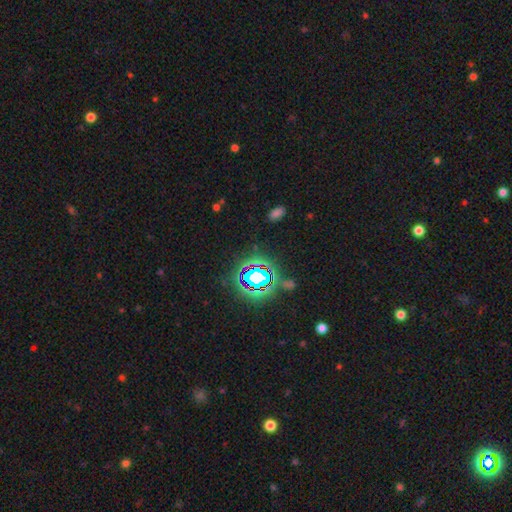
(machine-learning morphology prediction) star or artifact 81%, smooth 12%, featured or disk 7%.